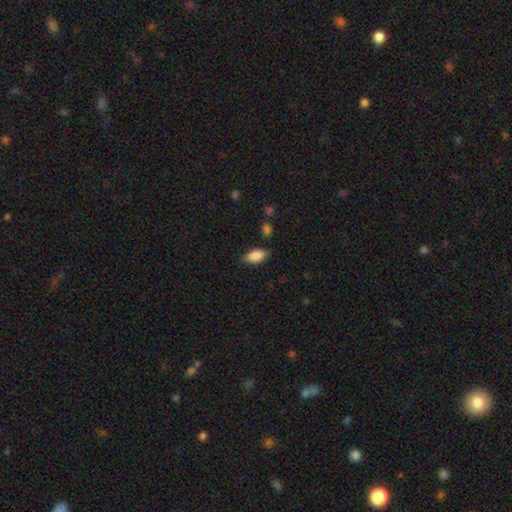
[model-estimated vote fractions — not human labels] This appears to be a smooth galaxy with no disk features (84%) that is in between round and cigar-shaped (89%). Merging: none (77%).